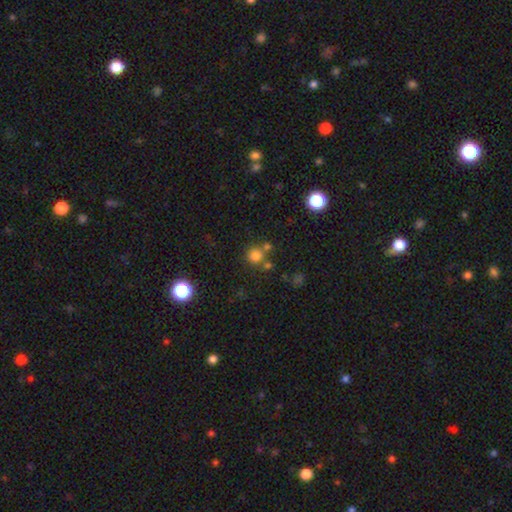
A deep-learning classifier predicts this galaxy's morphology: type=smooth (76%); roundness=round (91%); merging=none (66%).